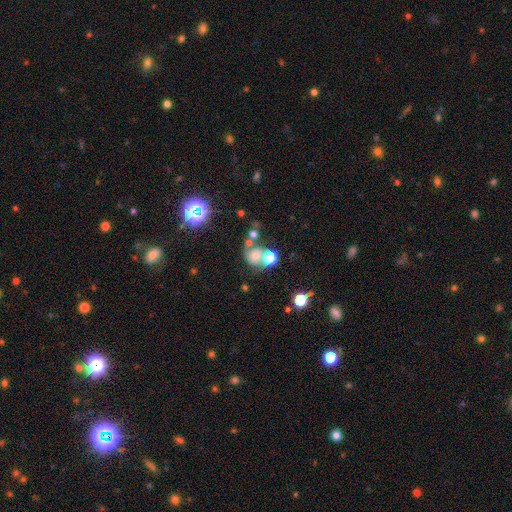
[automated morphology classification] Smooth or featured?
  - smooth: 53% *
  - featured or disk: 25%
  - star or artifact: 22%
How rounded?
  - round: 71% *
  - in between: 28%
  - cigar-shaped: 1%
Merging?
  - merger: 38% * (tied)
  - none: 38% * (tied)
  - minor disturbance: 14%
  - major disturbance: 11%